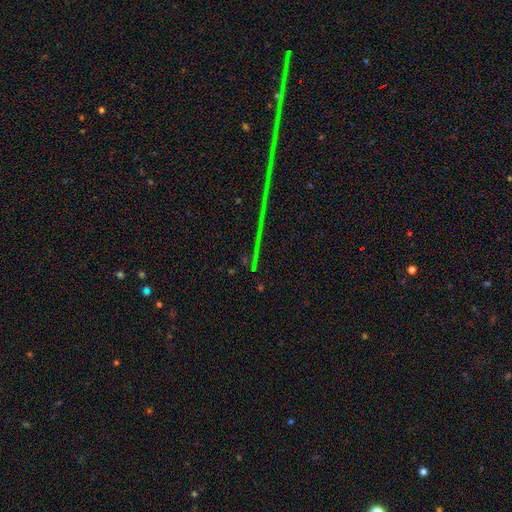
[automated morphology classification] This appears to be a star or artifact, not a galaxy (82%).